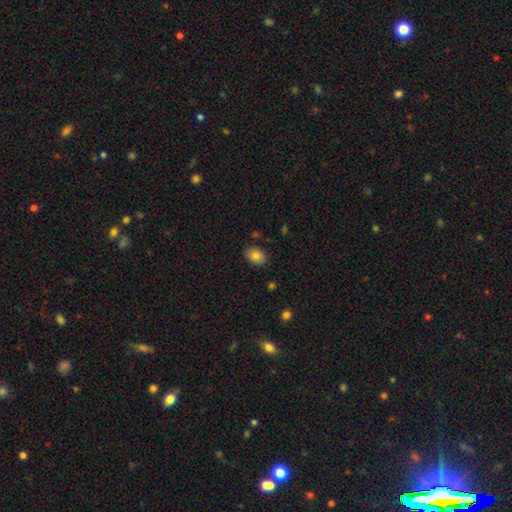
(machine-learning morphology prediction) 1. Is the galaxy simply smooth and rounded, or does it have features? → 82% smooth, 9% star or artifact, 9% featured or disk.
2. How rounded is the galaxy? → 70% in between, 29% round, 1% cigar-shaped.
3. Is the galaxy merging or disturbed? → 85% none, 11% minor disturbance, 2% major disturbance, 2% merger.